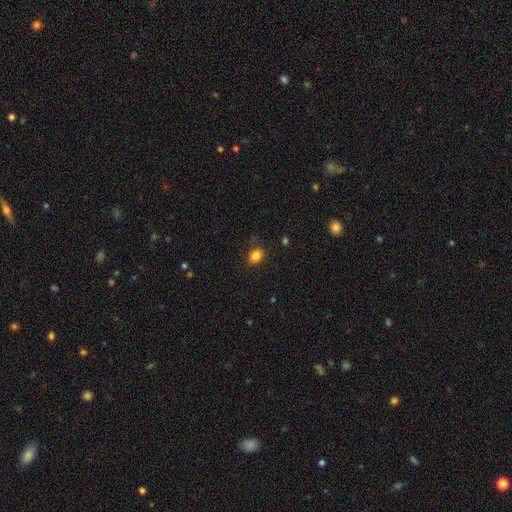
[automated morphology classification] smooth_or_featured: smooth (p=0.84) [alt: star or artifact p=0.11]
how_rounded: in between (p=0.59) [alt: round p=0.40]
merging: none (p=0.83) [alt: minor disturbance p=0.12]